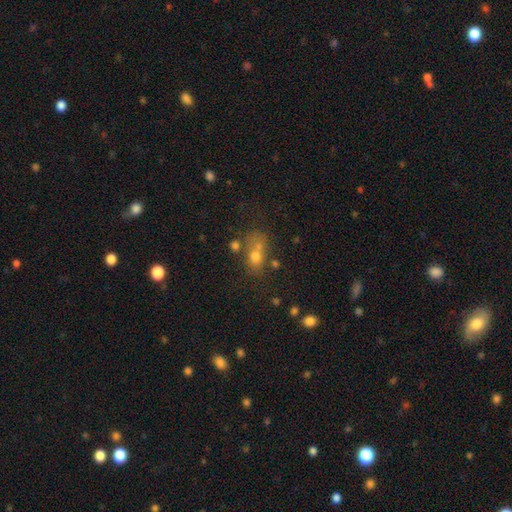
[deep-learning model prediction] A smooth galaxy with no disk features (63%) that is in between round and cigar-shaped (55%).

Vote fractions:
- Smooth or featured? smooth: 63% / star or artifact: 20% / featured or disk: 17%
- How rounded? in between: 55% / round: 42% / cigar-shaped: 3%
- Merging? none: 37% / merger: 36% / minor disturbance: 15% / major disturbance: 12%